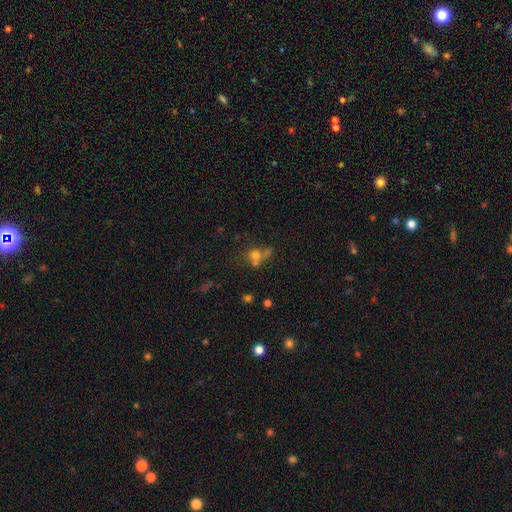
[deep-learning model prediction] This is likely a smooth galaxy (67%). How rounded: clearly round (82%). Merging: marginally merger (44%).